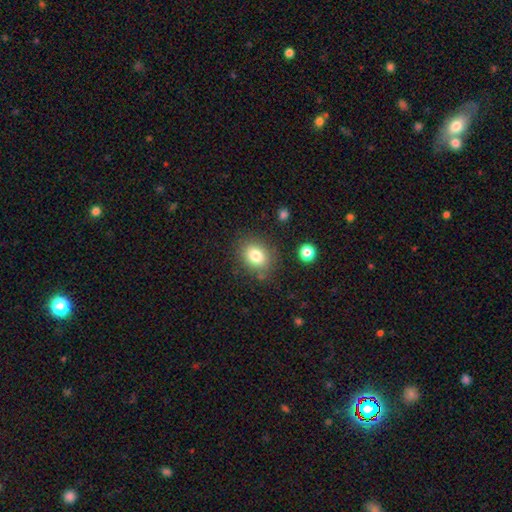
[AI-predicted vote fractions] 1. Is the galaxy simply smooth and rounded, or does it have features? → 81% smooth, 10% star or artifact, 9% featured or disk.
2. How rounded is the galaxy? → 50% in between, 49% round, 1% cigar-shaped.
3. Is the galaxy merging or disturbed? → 78% none, 14% minor disturbance, 4% major disturbance, 4% merger.